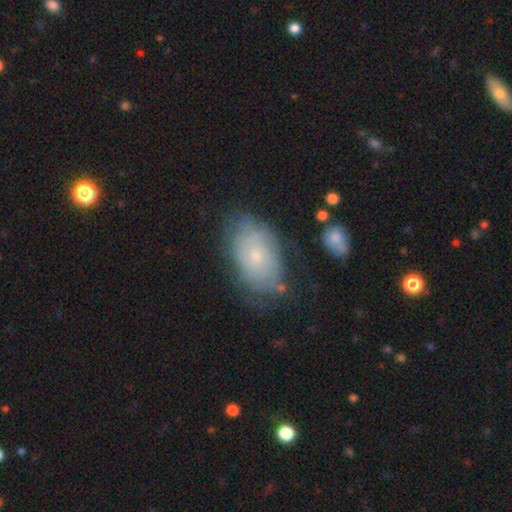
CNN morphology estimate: Smooth or featured?
  - featured or disk: 49% *
  - smooth: 43%
  - star or artifact: 8%
Merging?
  - none: 62% *
  - minor disturbance: 25%
  - major disturbance: 10%
  - merger: 3%